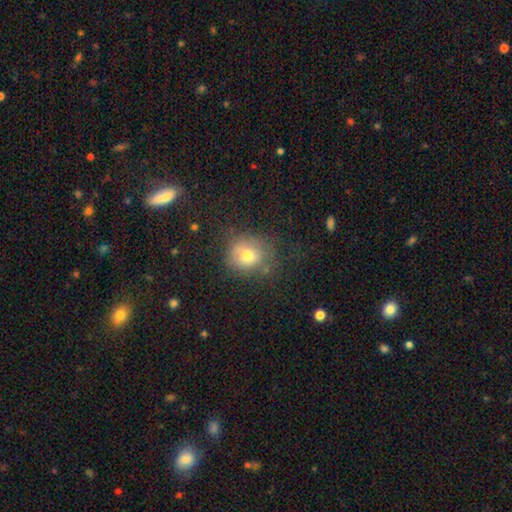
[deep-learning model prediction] A smooth galaxy with no disk features (61%) that is round (76%).

Vote fractions:
- Smooth or featured? smooth: 61% / star or artifact: 23% / featured or disk: 16%
- How rounded? round: 76% / in between: 22% / cigar-shaped: 1%
- Merging? none: 72% / minor disturbance: 18% / major disturbance: 7% / merger: 3%